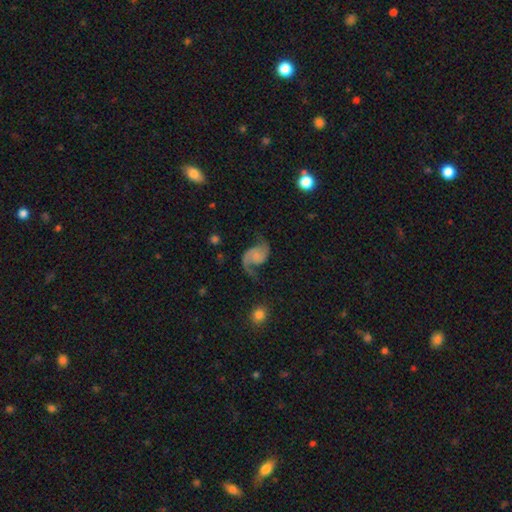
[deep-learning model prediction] smooth_or_featured: featured or disk (p=0.85) [alt: smooth p=0.09]
disk_edge_on: no (p=0.98) [alt: yes p=0.02]
bar: no (p=0.64) [alt: weak p=0.28]
has_spiral_arms: yes (p=0.97) [alt: no p=0.03]
spiral_winding: loose (p=0.63) [alt: medium p=0.31]
spiral_arm_count: 2 (p=0.91) [alt: 1 p=0.05]
bulge_size: none (p=0.60) [alt: small p=0.20]
merging: none (p=0.66) [alt: minor disturbance p=0.18]